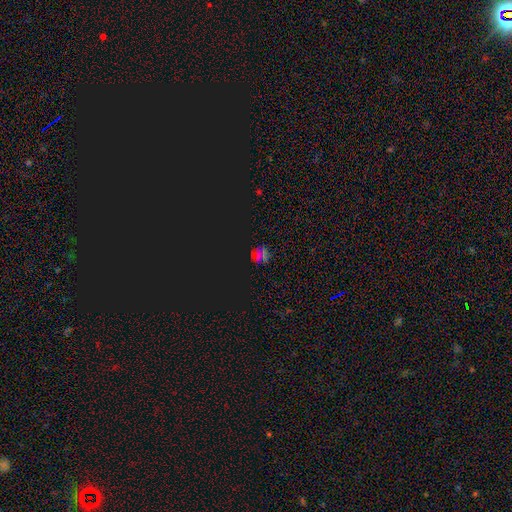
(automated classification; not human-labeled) A star or artifact, not a galaxy (67%).